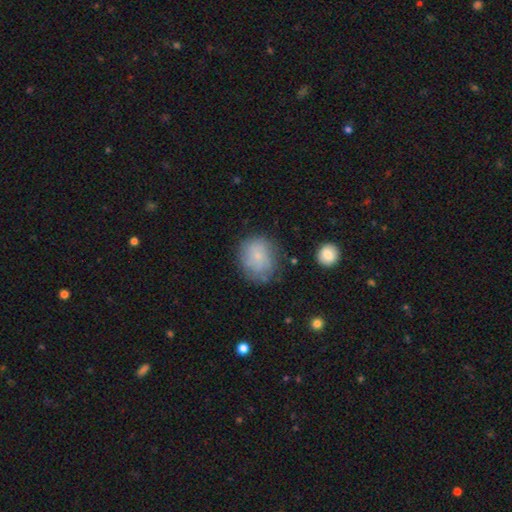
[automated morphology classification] Smooth or featured? smooth (70%)
How rounded? round (73%)
Merging? none (65%)